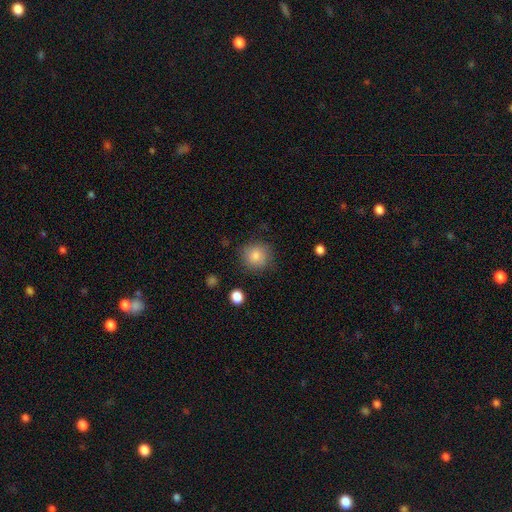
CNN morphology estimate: smooth-or-featured: smooth: 83% | star or artifact: 10% | featured or disk: 7%
  how-rounded: round: 92% | in between: 7% | cigar-shaped: 1%
  merging: none: 86% | minor disturbance: 10% | major disturbance: 3% | merger: 2%